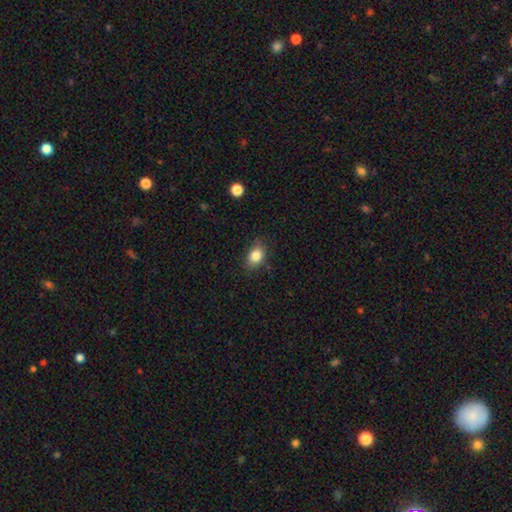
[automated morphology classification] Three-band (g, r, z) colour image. It shows a smooth galaxy with no disk features (84%) that is in between round and cigar-shaped (75%). Merging: none (80%).